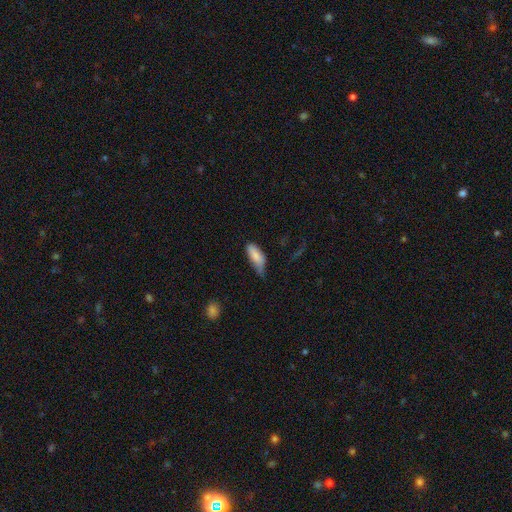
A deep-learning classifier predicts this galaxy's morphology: Smooth or featured? Predicted: smooth (p=0.82). How rounded? Predicted: in between (p=0.77). Merging? Predicted: minor disturbance (p=0.49).